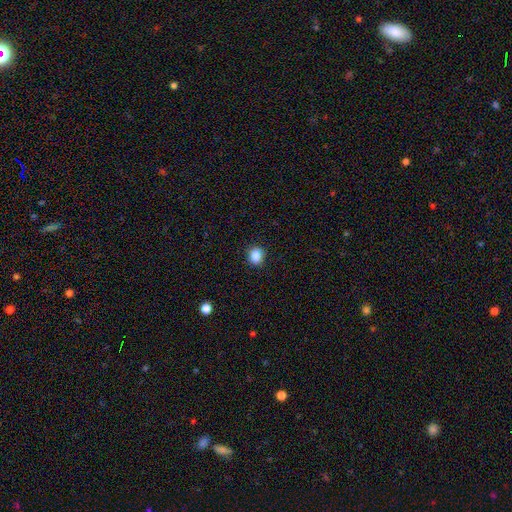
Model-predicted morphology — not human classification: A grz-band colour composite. It shows a smooth galaxy with no disk features (87%) that is round (71%). Merging: none (88%).